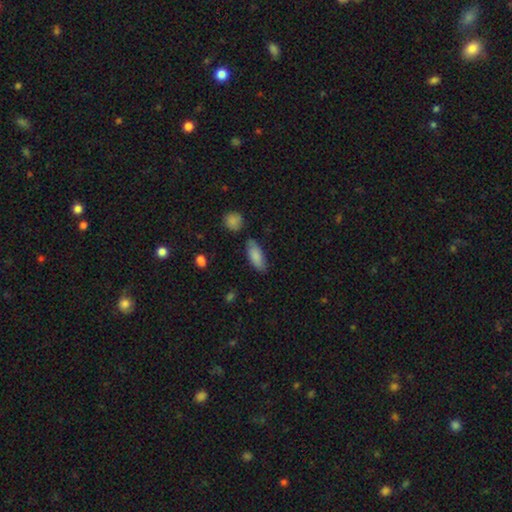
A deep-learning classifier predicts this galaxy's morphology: Q: Smooth or featured?
A: smooth (82%); runner-up: featured or disk (11%)
Q: How rounded?
A: in between (83%); runner-up: cigar-shaped (14%)
Q: Merging?
A: none (72%); runner-up: minor disturbance (19%)